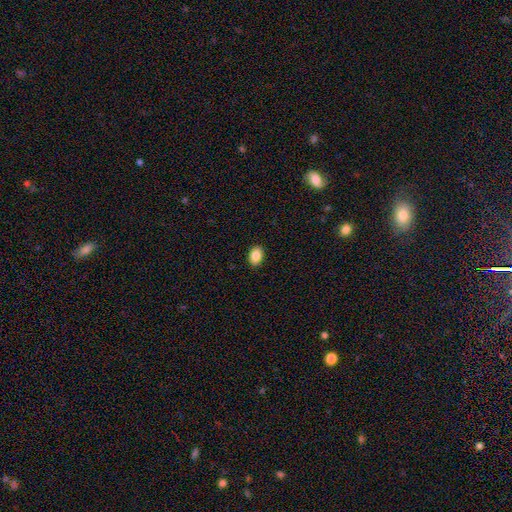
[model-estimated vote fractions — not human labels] A smooth galaxy with no disk features (86%) that is in between round and cigar-shaped (79%).

Vote fractions:
- Smooth or featured? smooth: 86% / star or artifact: 8% / featured or disk: 5%
- How rounded? in between: 79% / round: 20% / cigar-shaped: 1%
- Merging? none: 90% / minor disturbance: 7% / major disturbance: 2% / merger: 1%